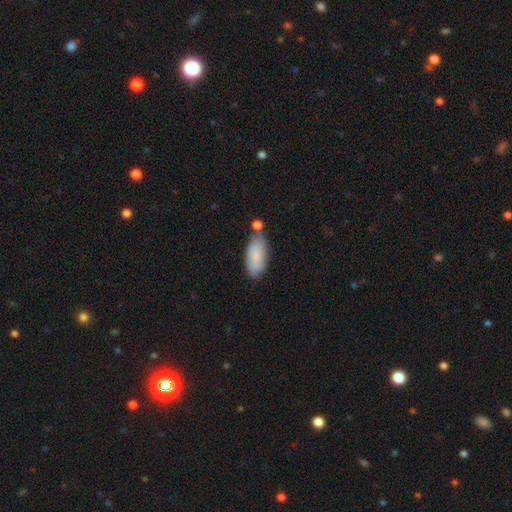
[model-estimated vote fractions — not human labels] smooth 79%, featured or disk 15%, star or artifact 6%. Down the decision tree: how rounded — in between (88%); merging — none (57%).